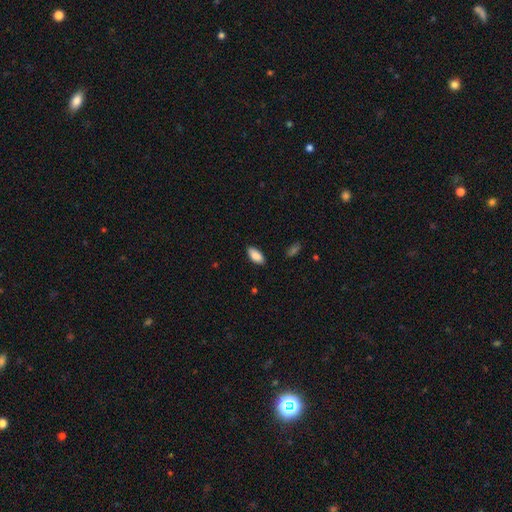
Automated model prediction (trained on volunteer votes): Smooth or featured? Predicted: smooth (p=0.88). How rounded? Predicted: in between (p=0.91). Merging? Predicted: none (p=0.85).